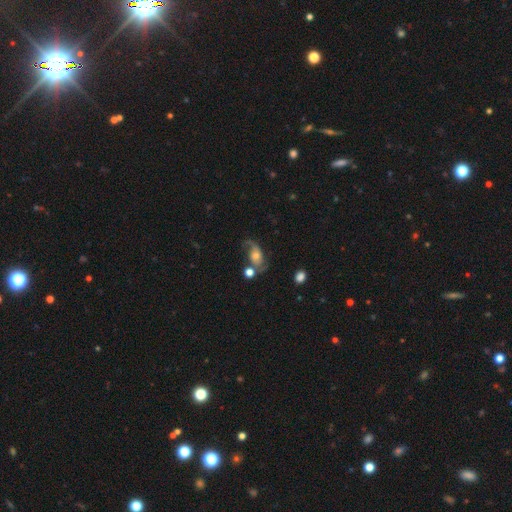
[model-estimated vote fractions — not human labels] Smooth or featured? Predicted: featured or disk (p=0.71). Edge-on disk? Predicted: no (p=0.96). Bar? Predicted: no (p=0.68). Spiral arms? Predicted: yes (p=0.91). Spiral winding? Predicted: loose (p=0.62). Spiral arm count? Predicted: 2 (p=0.79). Bulge size? Predicted: moderate (p=0.50). Merging? Predicted: none (p=0.45).